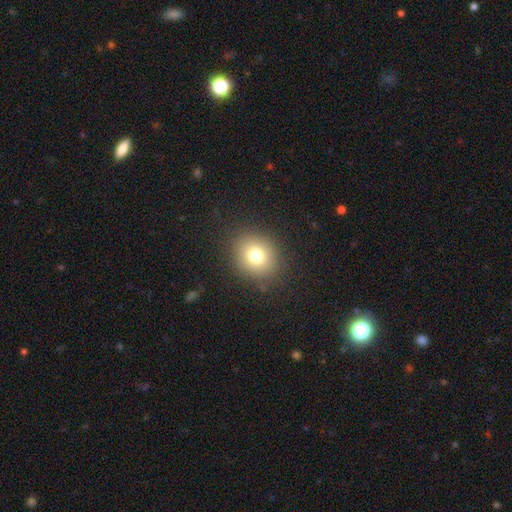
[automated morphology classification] Overall: smooth (76%). How rounded: round (73%). Merging: none (87%).